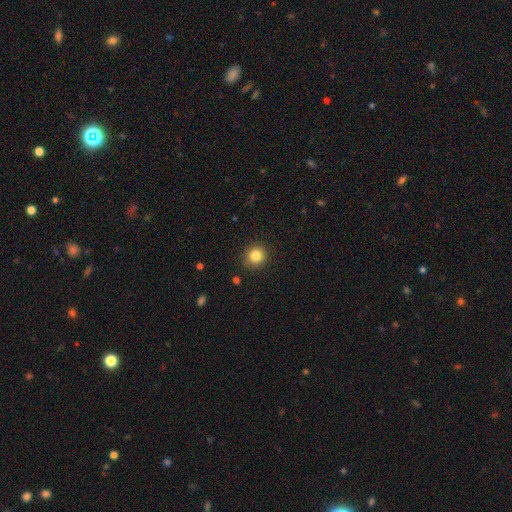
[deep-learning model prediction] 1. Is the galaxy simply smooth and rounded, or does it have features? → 84% smooth, 11% star or artifact, 5% featured or disk.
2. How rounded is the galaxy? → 88% round, 11% in between, 1% cigar-shaped.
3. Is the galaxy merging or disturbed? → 89% none, 7% minor disturbance, 2% major disturbance, 1% merger.